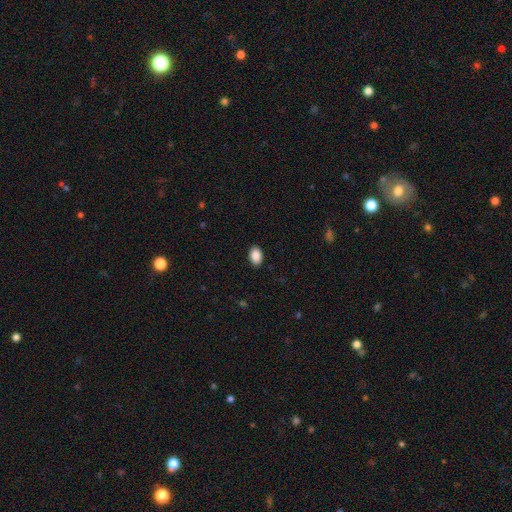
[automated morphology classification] The model was most divided on "how rounded": in between: 87%, round: 12%, cigar-shaped: 1%. More confident: smooth or featured — smooth (90%); merging — none (89%).